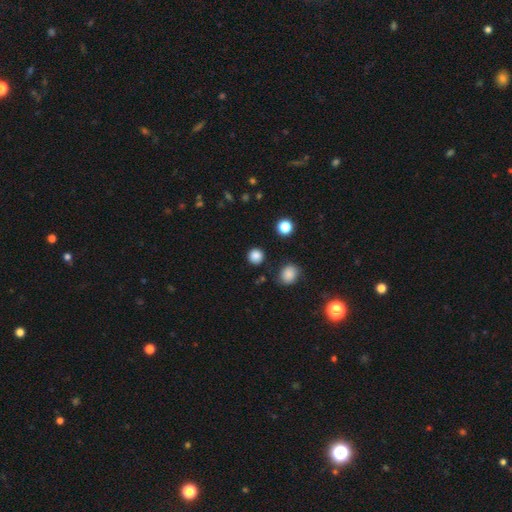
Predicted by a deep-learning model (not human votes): Overall: smooth (84%). How rounded: round (93%). Merging: none (88%).